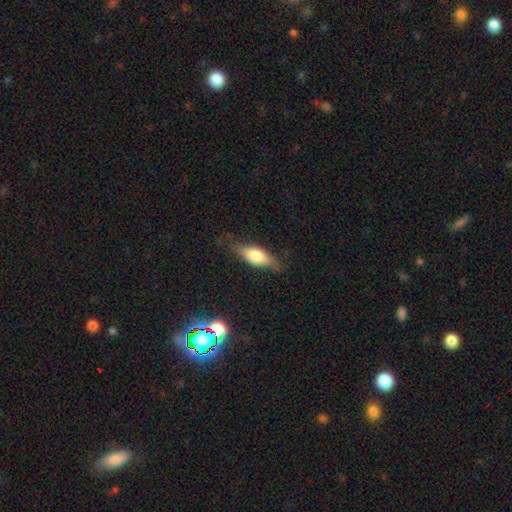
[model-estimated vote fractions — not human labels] Q: Smooth or featured?
A: smooth (65%); runner-up: featured or disk (28%)
Q: How rounded?
A: in between (70%); runner-up: cigar-shaped (27%)
Q: Merging?
A: none (74%); runner-up: minor disturbance (20%)